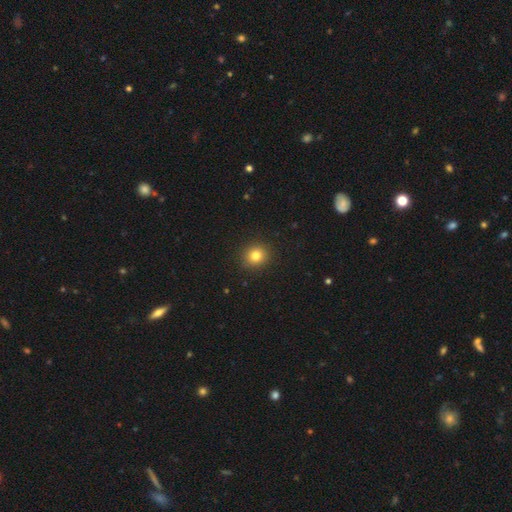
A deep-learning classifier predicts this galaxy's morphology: smooth-or-featured: smooth: 81% | star or artifact: 12% | featured or disk: 7%
  how-rounded: round: 84% | in between: 15% | cigar-shaped: 1%
  merging: none: 91% | minor disturbance: 6% | major disturbance: 2% | merger: 1%